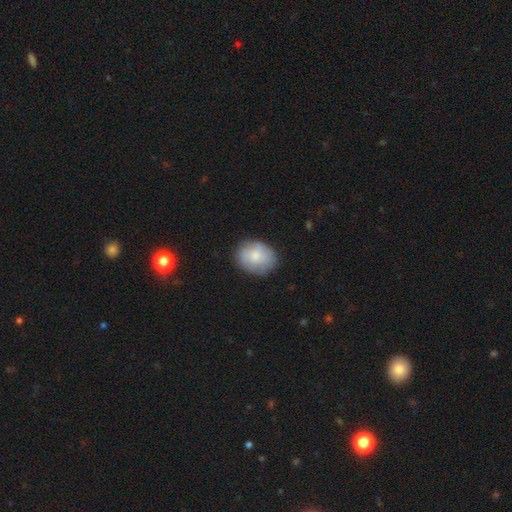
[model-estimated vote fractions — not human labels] Smooth or featured? smooth (68%)
How rounded? in between (50%)
Merging? none (77%)